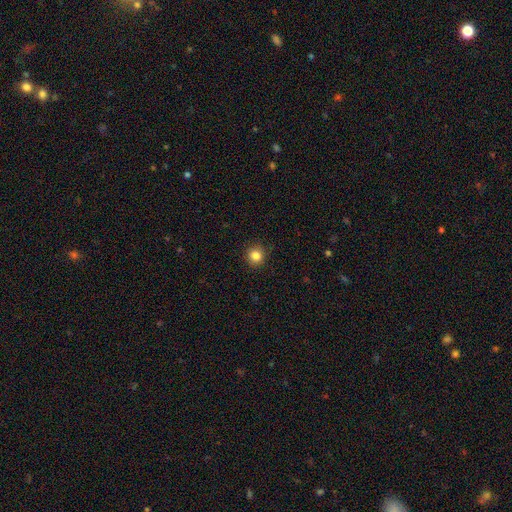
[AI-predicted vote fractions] smooth-or-featured: smooth: 84% | star or artifact: 11% | featured or disk: 5%
  how-rounded: round: 93% | in between: 6% | cigar-shaped: 1%
  merging: none: 91% | minor disturbance: 6% | major disturbance: 2% | merger: 1%